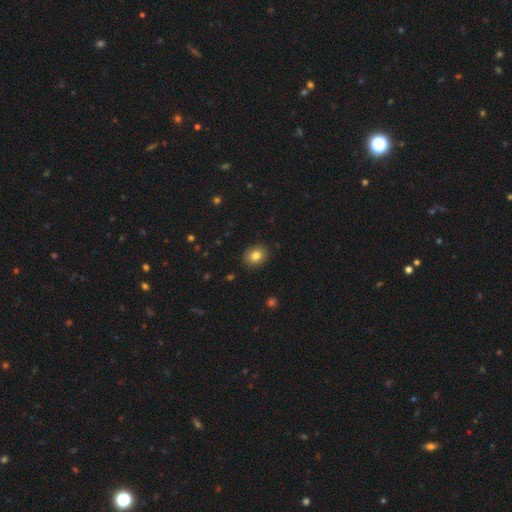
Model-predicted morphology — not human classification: type=smooth (83%); roundness=in between (51%); merging=none (89%).